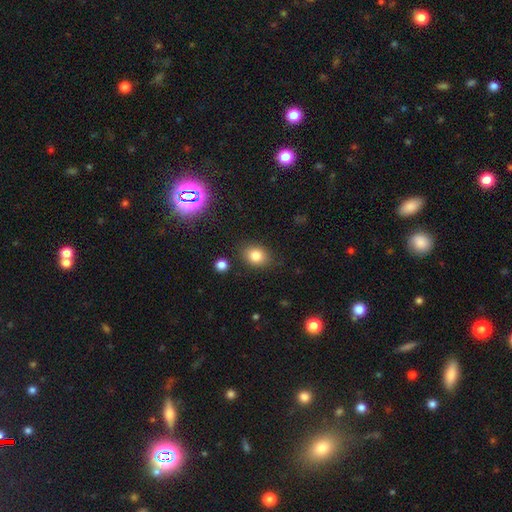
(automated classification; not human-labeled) This appears to be a smooth galaxy with no disk features (81%) that is in between round and cigar-shaped (54%). Merging: none (84%).